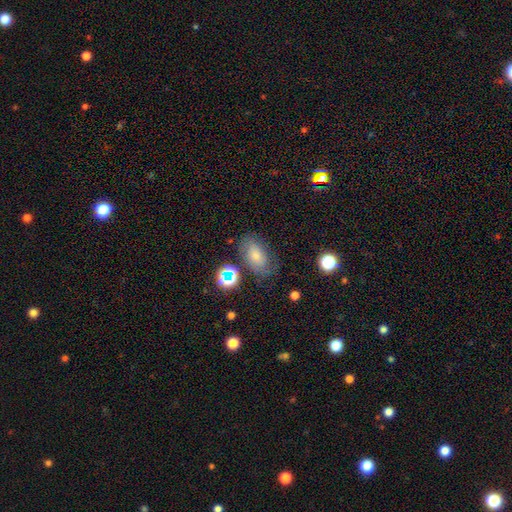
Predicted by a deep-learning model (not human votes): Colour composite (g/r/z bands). It shows a smooth galaxy with no disk features (61%) that is in between round and cigar-shaped (87%). Merging: none (62%).